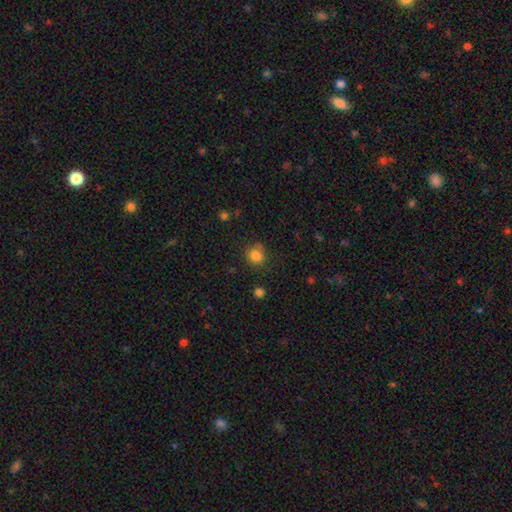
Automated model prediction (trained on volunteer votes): This is clearly a smooth galaxy (83%). How rounded: clearly round (86%). Merging: likely none (75%).